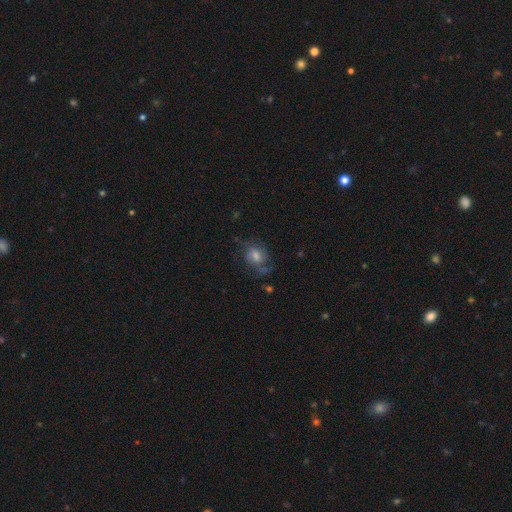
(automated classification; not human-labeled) Q: Smooth or featured?
A: featured or disk (55%); runner-up: smooth (31%)
Q: Edge-on disk?
A: no (97%); runner-up: yes (3%)
Q: Bar?
A: no (65%); runner-up: weak (30%)
Q: Spiral arms?
A: yes (84%); runner-up: no (16%)
Q: Bulge size?
A: moderate (52%); runner-up: small (21%)
Q: Merging?
A: none (59%); runner-up: minor disturbance (21%)